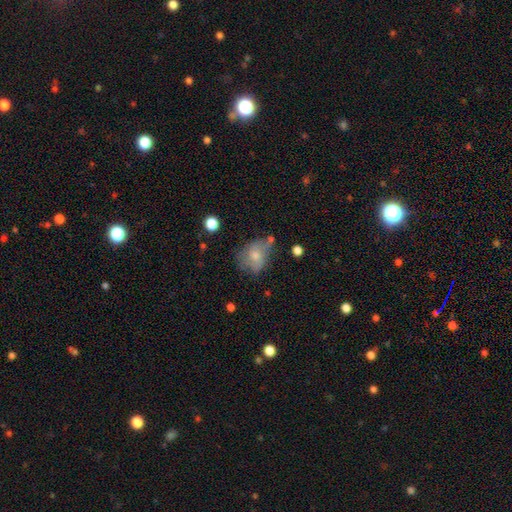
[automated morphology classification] Smooth or featured? smooth (63%)
How rounded? in between (59%)
Merging? none (36%)